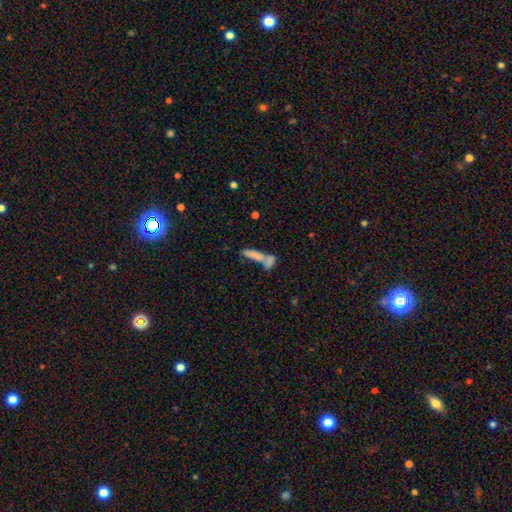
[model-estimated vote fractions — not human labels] smooth 73%, featured or disk 18%, star or artifact 10%. Down the decision tree: how rounded — cigar-shaped (66%); merging — merger (55%).